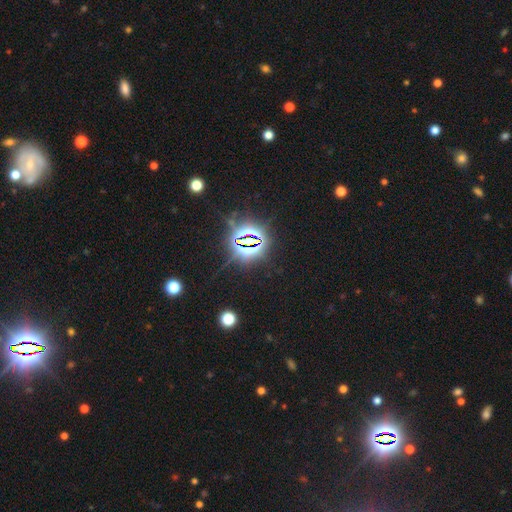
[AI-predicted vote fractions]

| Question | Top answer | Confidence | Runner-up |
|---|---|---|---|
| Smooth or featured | star or artifact | 83% | smooth (10%) |